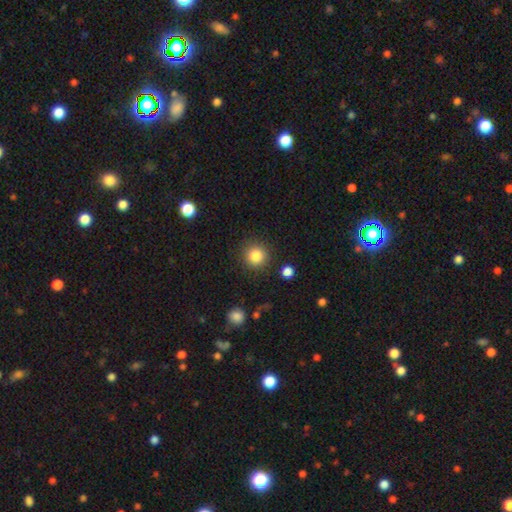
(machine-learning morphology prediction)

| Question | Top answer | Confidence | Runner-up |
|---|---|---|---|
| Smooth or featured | smooth | 85% | star or artifact (10%) |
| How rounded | round | 94% | in between (5%) |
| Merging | none | 89% | minor disturbance (7%) |